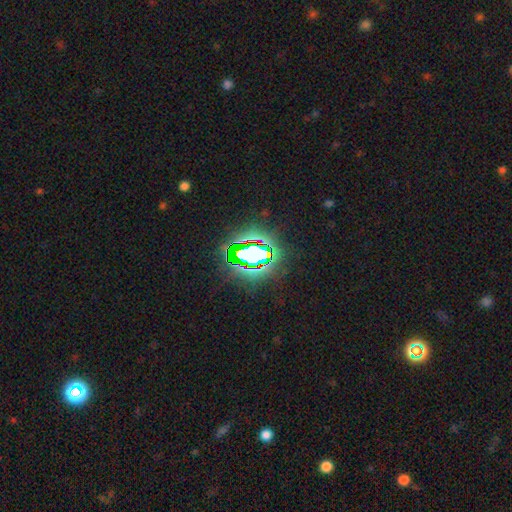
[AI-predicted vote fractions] Morphology: type=star or artifact (72%).